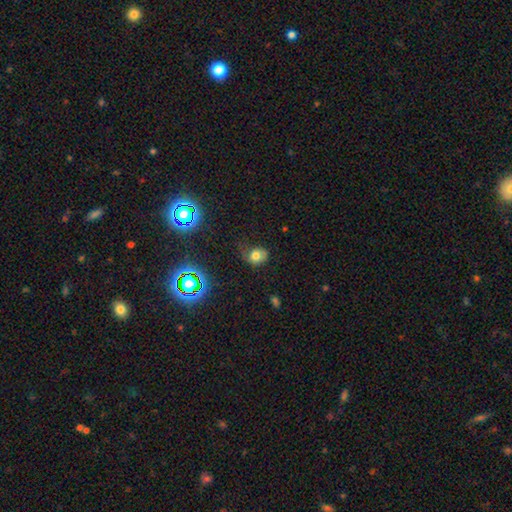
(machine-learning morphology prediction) Smooth or featured?
  - smooth: 67% *
  - featured or disk: 18%
  - star or artifact: 15%
How rounded?
  - round: 54% *
  - in between: 45%
  - cigar-shaped: 1%
Merging?
  - none: 42% *
  - minor disturbance: 33%
  - major disturbance: 22%
  - merger: 2%